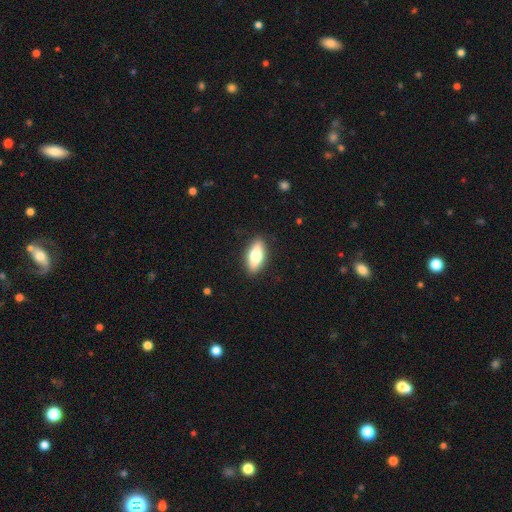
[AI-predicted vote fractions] smooth 70%, featured or disk 24%, star or artifact 6%. Down the decision tree: how rounded — in between (78%); merging — none (88%).